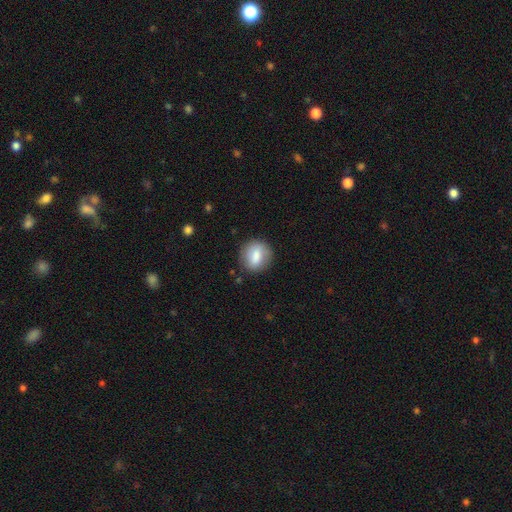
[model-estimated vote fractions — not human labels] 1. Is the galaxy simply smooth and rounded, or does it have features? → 77% smooth, 15% featured or disk, 7% star or artifact.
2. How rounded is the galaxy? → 72% round, 26% in between, 2% cigar-shaped.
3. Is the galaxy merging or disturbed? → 80% none, 14% minor disturbance, 4% major disturbance, 2% merger.